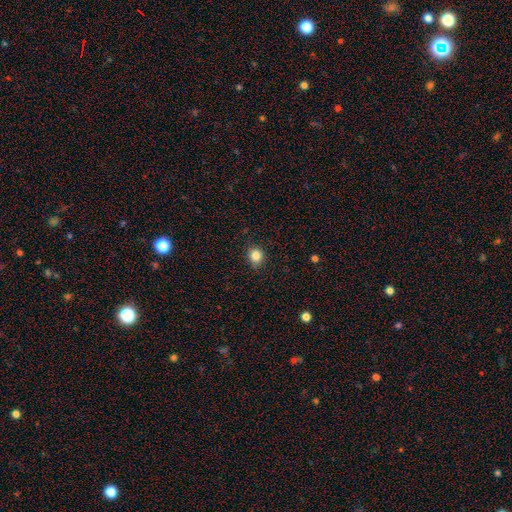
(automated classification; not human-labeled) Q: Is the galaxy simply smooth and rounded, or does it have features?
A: smooth — 84%.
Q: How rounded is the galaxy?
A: round — 80%.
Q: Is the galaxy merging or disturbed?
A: none — 84%.